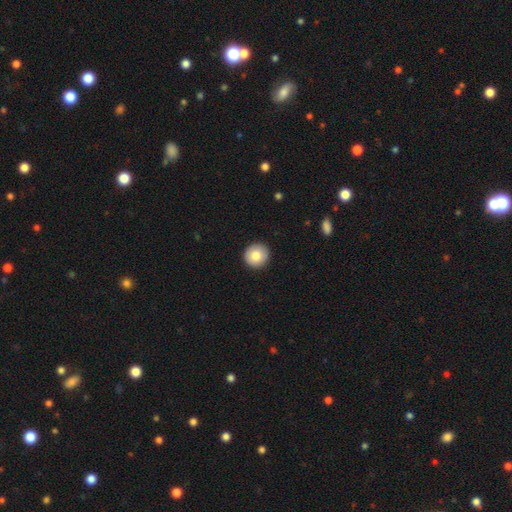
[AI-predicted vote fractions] smooth_or_featured: smooth (p=0.82) [alt: featured or disk p=0.10]
how_rounded: round (p=0.94) [alt: in between p=0.05]
merging: none (p=0.93) [alt: minor disturbance p=0.05]